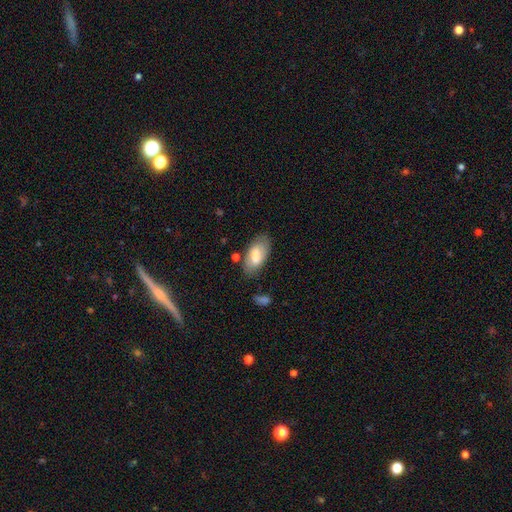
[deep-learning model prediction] Smooth or featured?
  - smooth: 64% *
  - featured or disk: 30%
  - star or artifact: 7%
How rounded?
  - in between: 91% *
  - cigar-shaped: 6%
  - round: 3%
Merging?
  - none: 72% *
  - minor disturbance: 18%
  - major disturbance: 6%
  - merger: 4%